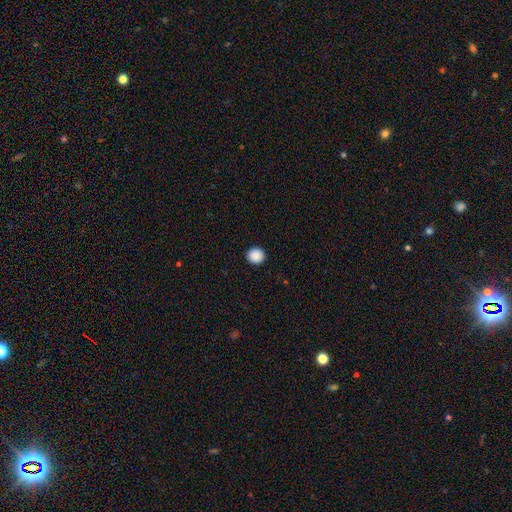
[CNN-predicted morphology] This is clearly a smooth galaxy (89%). How rounded: clearly round (94%). Merging: clearly none (94%).